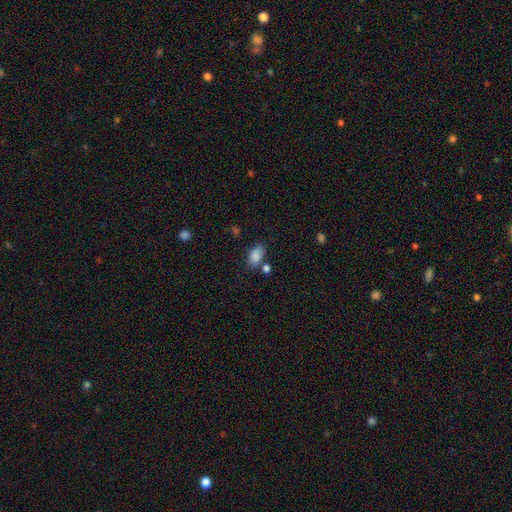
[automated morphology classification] smooth-or-featured: smooth: 86% | star or artifact: 9% | featured or disk: 5%
  how-rounded: in between: 86% | round: 12% | cigar-shaped: 2%
  merging: none: 66% | minor disturbance: 17% | merger: 11% | major disturbance: 6%